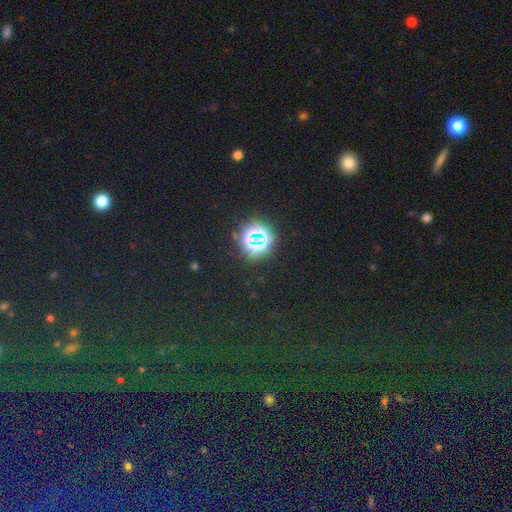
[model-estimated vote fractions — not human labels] smooth-or-featured: star or artifact: 58% | smooth: 36% | featured or disk: 6%